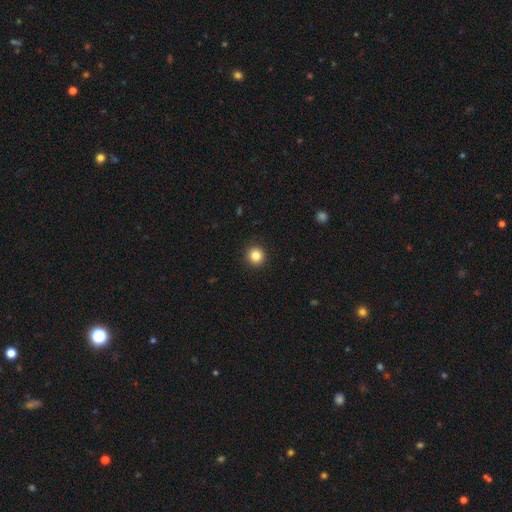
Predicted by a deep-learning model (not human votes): Q: Smooth or featured?
A: smooth (84%); runner-up: star or artifact (11%)
Q: How rounded?
A: round (94%); runner-up: in between (5%)
Q: Merging?
A: none (93%); runner-up: minor disturbance (4%)